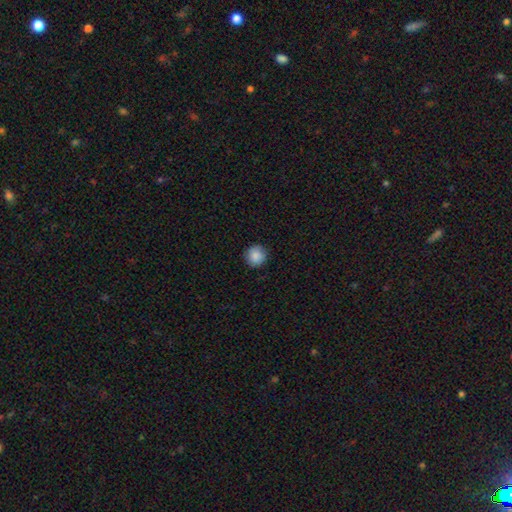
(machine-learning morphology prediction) This appears to be a smooth galaxy with no disk features (87%) that is round (93%). Merging: none (88%).